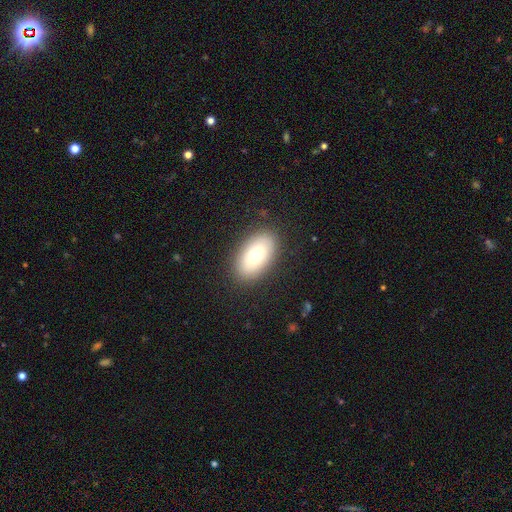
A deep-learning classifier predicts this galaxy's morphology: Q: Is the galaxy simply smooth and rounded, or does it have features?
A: smooth — 74%.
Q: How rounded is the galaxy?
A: in between — 92%.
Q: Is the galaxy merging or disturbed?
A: none — 87%.